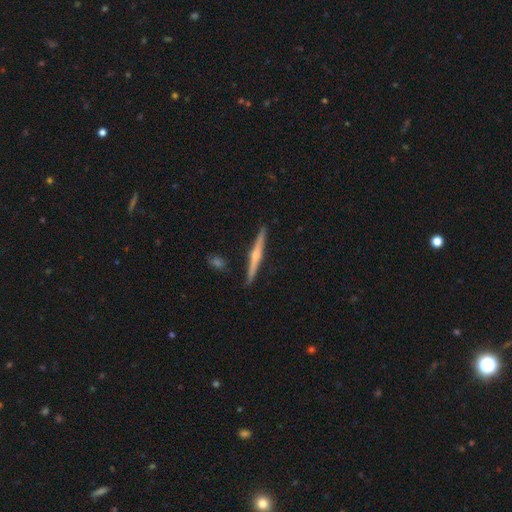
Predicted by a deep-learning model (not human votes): Morphology: type=featured or disk (70%); edge-on=yes (98%); edge-on bulge=rounded (79%); merging=none (91%).